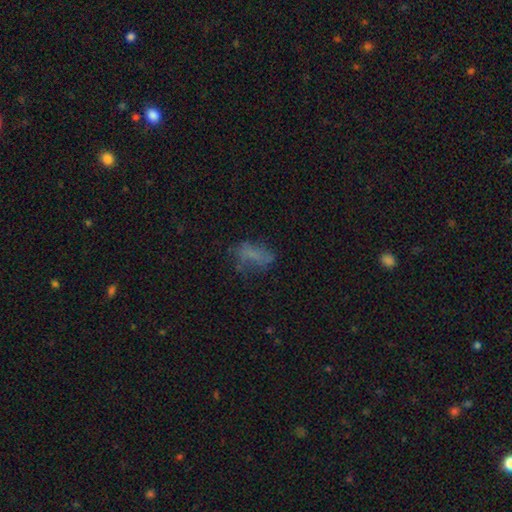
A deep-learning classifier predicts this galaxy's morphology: smooth 51%, featured or disk 31%, star or artifact 17%. Down the decision tree: how rounded — in between (81%); merging — none (46%).